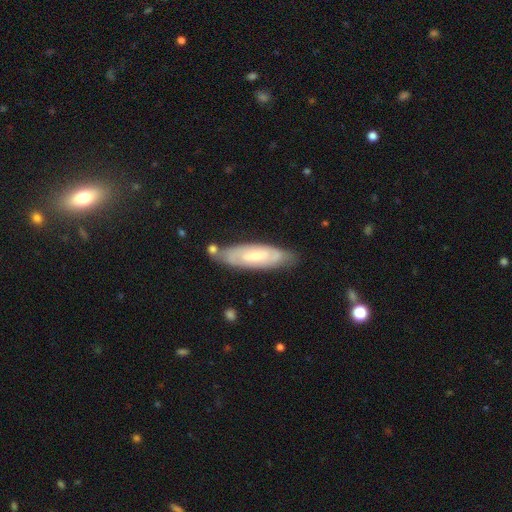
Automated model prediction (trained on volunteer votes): This appears to be a featured or disk galaxy (60%). Merging: none (74%).